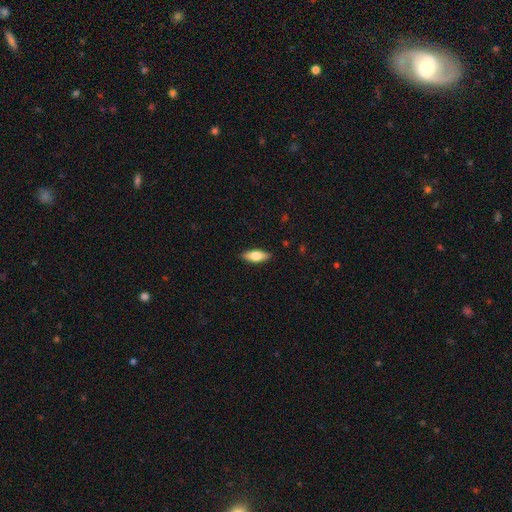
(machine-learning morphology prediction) The model was most divided on "smooth or featured": smooth: 64%, featured or disk: 30%, star or artifact: 6%. More confident: merging — none (88%); how rounded — in between (71%).